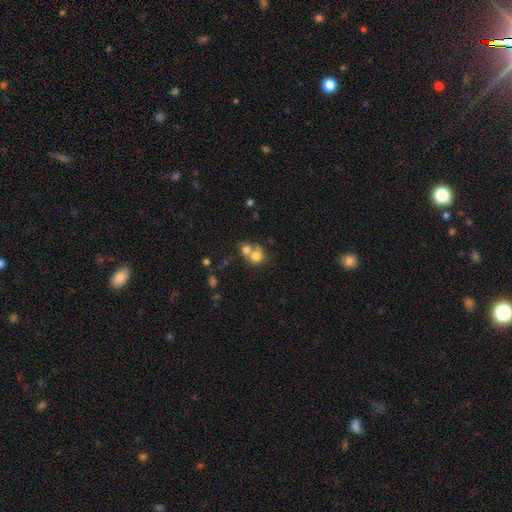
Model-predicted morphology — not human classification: smooth-or-featured: smooth: 73% | featured or disk: 16% | star or artifact: 11%
  how-rounded: round: 77% | in between: 22% | cigar-shaped: 1%
  merging: merger: 59% | none: 30% | minor disturbance: 7% | major disturbance: 4%